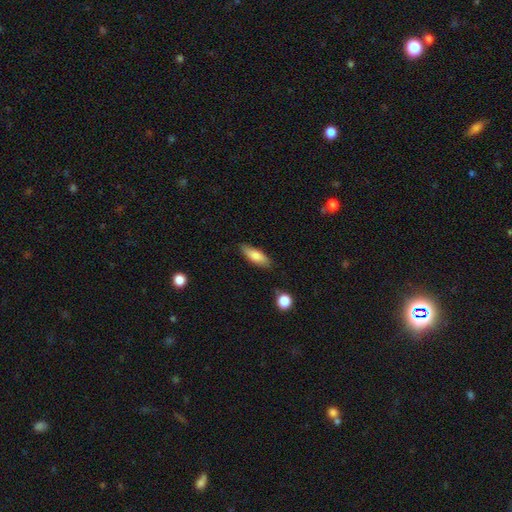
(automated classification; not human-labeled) smooth-or-featured: smooth: 78% | featured or disk: 15% | star or artifact: 7%
  how-rounded: in between: 60% | cigar-shaped: 38% | round: 2%
  merging: none: 83% | minor disturbance: 13% | major disturbance: 2% | merger: 2%